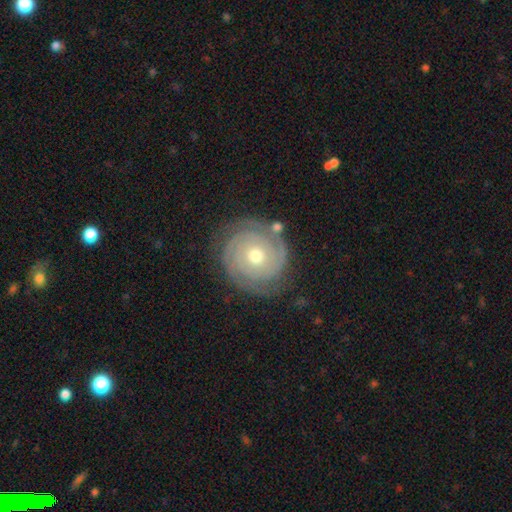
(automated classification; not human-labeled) A featured or disk galaxy (87%) with no bar (80%), 2 (63%) tight (88%) spiral arms (97%) and a moderate central bulge (66%). Merging: none (84%).